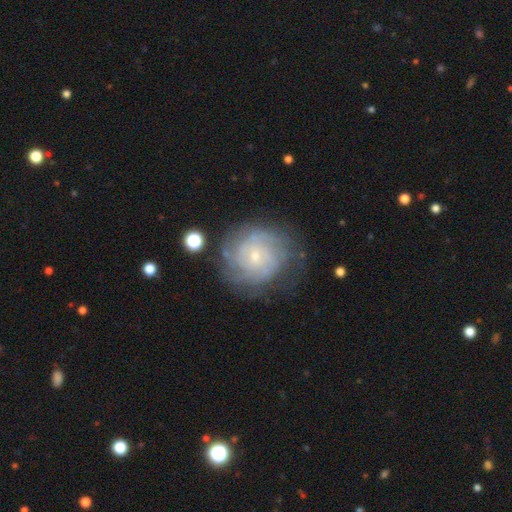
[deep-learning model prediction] Overall: featured or disk (75%). Edge-on disk: no (98%). Bar: no (76%). Spiral arms: yes (89%). Spiral arm count: can't tell (47%; 4 14%). Spiral winding: tight (71%). Bulge size: small (81%). Merging: none (70%).